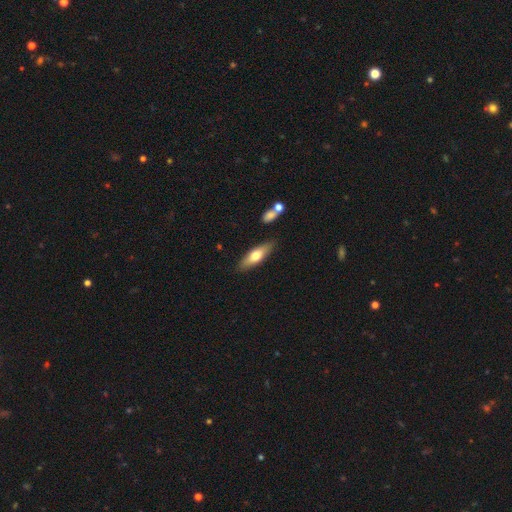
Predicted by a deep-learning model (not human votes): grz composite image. It shows a smooth galaxy with no disk features (61%) that is cigar-shaped (52%). Merging: none (84%).